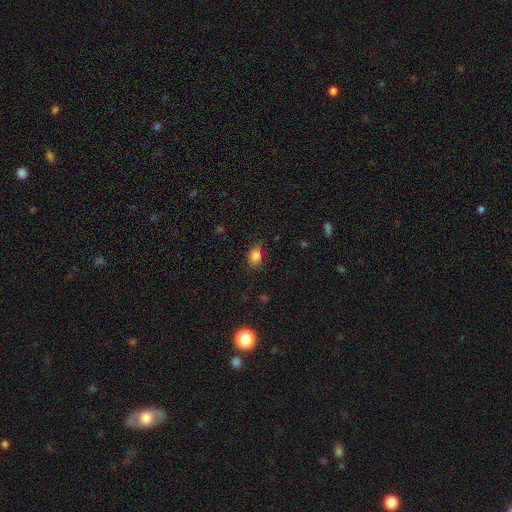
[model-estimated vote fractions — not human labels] A smooth galaxy with no disk features (83%) that is in between round and cigar-shaped (73%). Merging: none (70%).